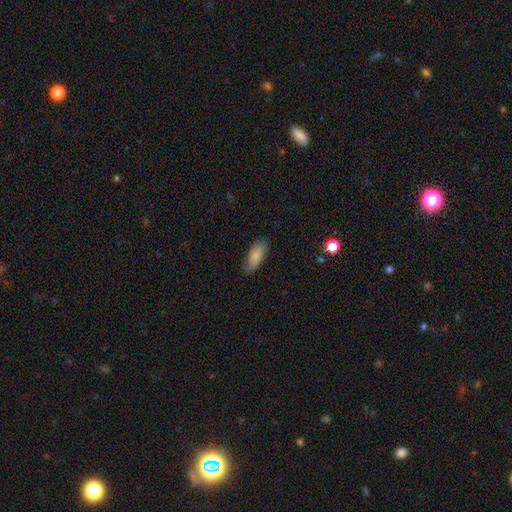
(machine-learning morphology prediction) A smooth galaxy with no disk features (82%) that is in between round and cigar-shaped (84%).

Vote fractions:
- Smooth or featured? smooth: 82% / featured or disk: 12% / star or artifact: 6%
- How rounded? in between: 84% / cigar-shaped: 14% / round: 2%
- Merging? none: 75% / minor disturbance: 20% / major disturbance: 4% / merger: 1%